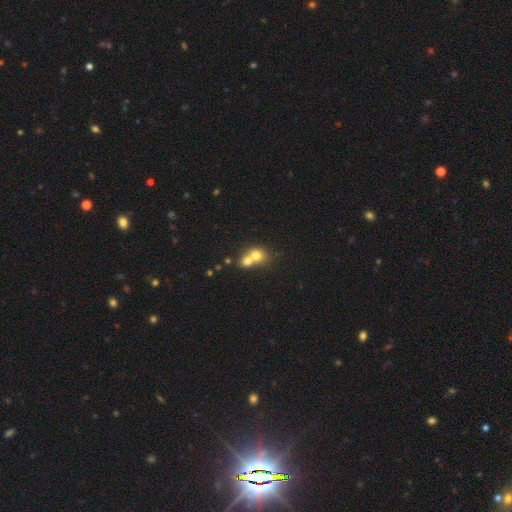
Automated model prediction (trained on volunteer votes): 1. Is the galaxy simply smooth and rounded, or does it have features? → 72% smooth, 17% featured or disk, 11% star or artifact.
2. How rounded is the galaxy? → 73% round, 27% in between, 1% cigar-shaped.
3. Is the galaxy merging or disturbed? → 70% merger, 23% none, 5% minor disturbance, 2% major disturbance.